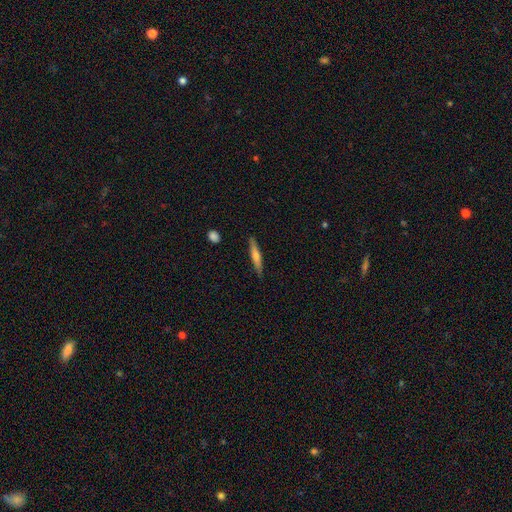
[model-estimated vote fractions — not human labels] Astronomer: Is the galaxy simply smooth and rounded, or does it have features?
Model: smooth — 48% (runner-up: featured or disk, 46%).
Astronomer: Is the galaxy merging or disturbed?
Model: none — 89%.